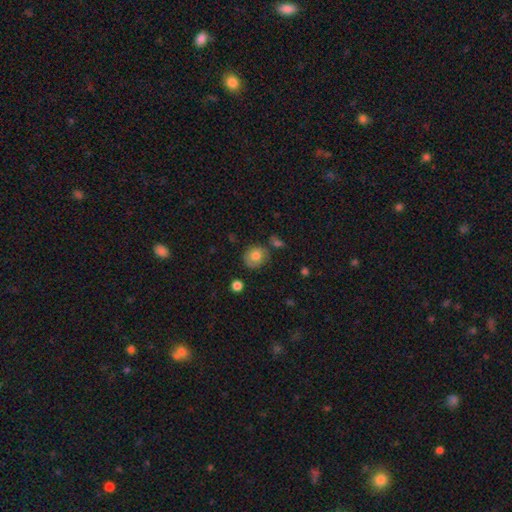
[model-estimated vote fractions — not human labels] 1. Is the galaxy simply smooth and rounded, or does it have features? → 78% smooth, 13% featured or disk, 9% star or artifact.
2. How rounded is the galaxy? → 78% round, 21% in between, 1% cigar-shaped.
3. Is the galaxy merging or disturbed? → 75% none, 16% minor disturbance, 5% merger, 4% major disturbance.